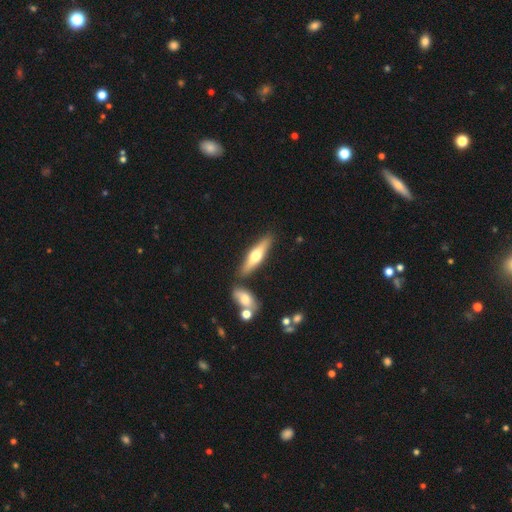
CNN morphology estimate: The model was most divided on "smooth or featured" (2-way tie): featured or disk: 47%, smooth: 47%, star or artifact: 6%. More confident: merging — none (80%).